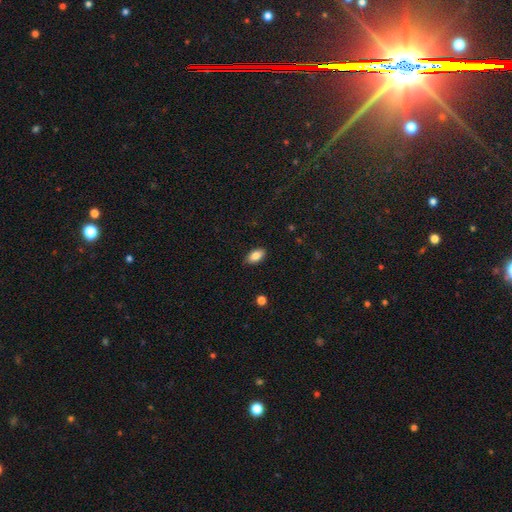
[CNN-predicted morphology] A smooth galaxy with no disk features (84%) that is in between round and cigar-shaped (91%). Merging: none (87%).